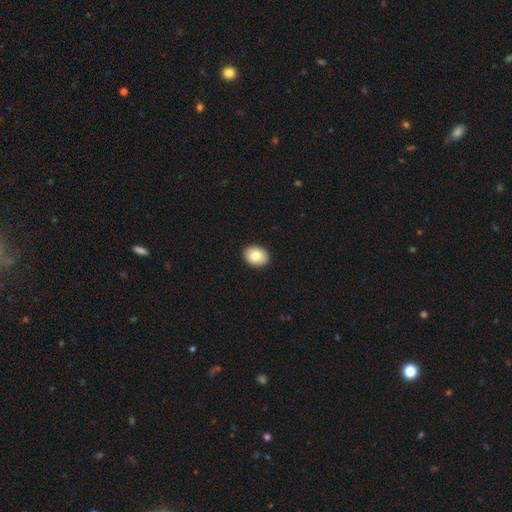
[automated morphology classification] This appears to be a smooth galaxy with no disk features (81%) that is in between round and cigar-shaped (57%). Merging: none (92%).